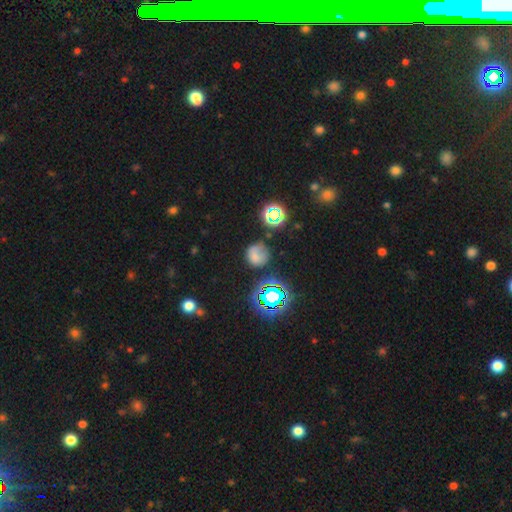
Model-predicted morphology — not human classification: The model was most divided on "smooth or featured": smooth: 60%, star or artifact: 28%, featured or disk: 13%. More confident: how rounded — round (85%); merging — none (60%).